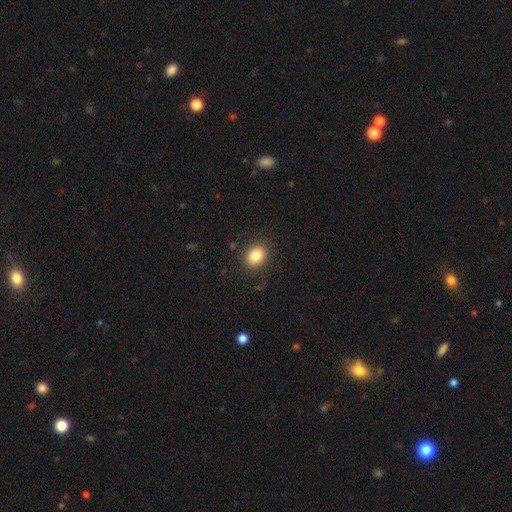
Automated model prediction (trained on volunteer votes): Smooth or featured: smooth — 83% (star or artifact — 10%)
How rounded: round — 54% (in between — 46%)
Merging: none — 86% (minor disturbance — 10%)